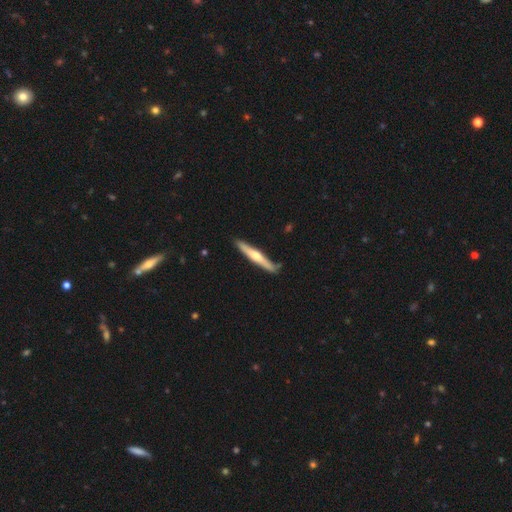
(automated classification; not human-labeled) A featured or disk galaxy (57%) viewed edge-on (96%) with a rounded central bulge (84%).

Vote fractions:
- Smooth or featured? featured or disk: 57% / smooth: 39% / star or artifact: 5%
- Edge-on disk? yes: 96% / no: 4%
- Edge-on bulge? rounded: 84% / none: 10% / boxy: 6%
- Merging? none: 86% / minor disturbance: 10% / merger: 2% / major disturbance: 2%